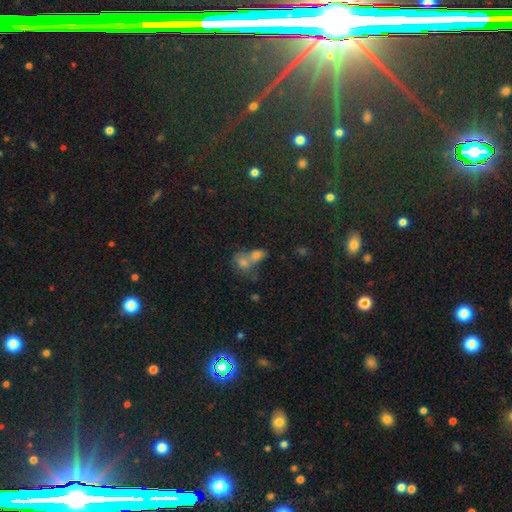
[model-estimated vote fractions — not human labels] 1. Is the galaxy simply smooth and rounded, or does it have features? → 62% smooth, 21% star or artifact, 17% featured or disk.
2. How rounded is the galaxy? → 62% in between, 35% round, 3% cigar-shaped.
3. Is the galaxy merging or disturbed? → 65% merger, 23% none, 7% minor disturbance, 5% major disturbance.